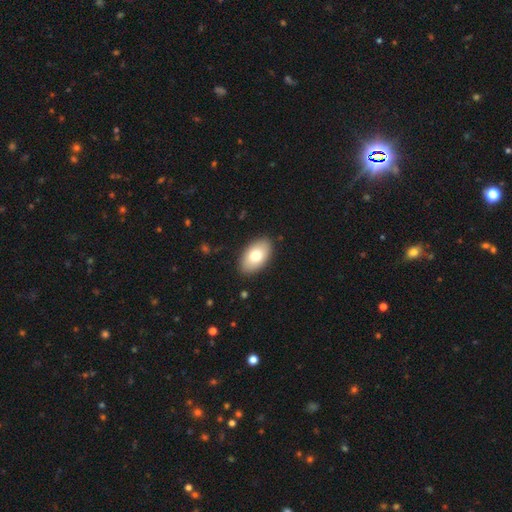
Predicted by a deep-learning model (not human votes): Overall: smooth (77%). How rounded: in between (95%). Merging: none (88%).